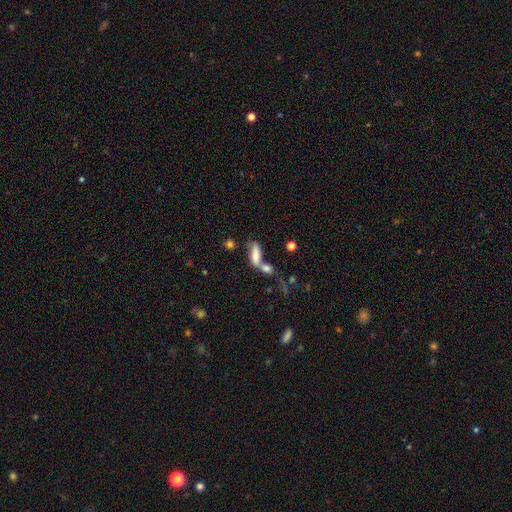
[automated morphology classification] This is likely a smooth galaxy (67%). How rounded: likely in between (67%). Merging: possibly merger (50%).